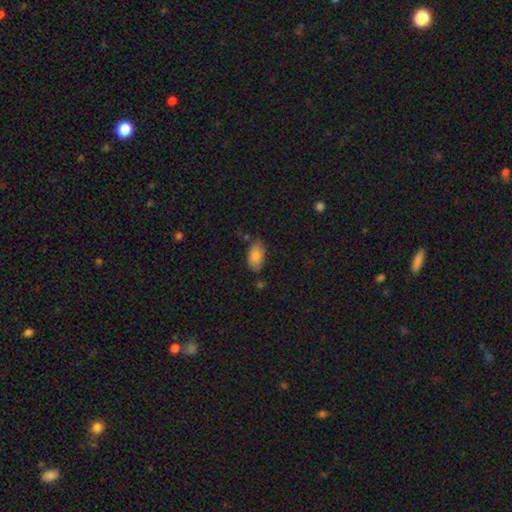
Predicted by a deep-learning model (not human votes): Q: Smooth or featured?
A: smooth (85%); runner-up: featured or disk (8%)
Q: How rounded?
A: in between (93%); runner-up: cigar-shaped (4%)
Q: Merging?
A: none (74%); runner-up: minor disturbance (18%)